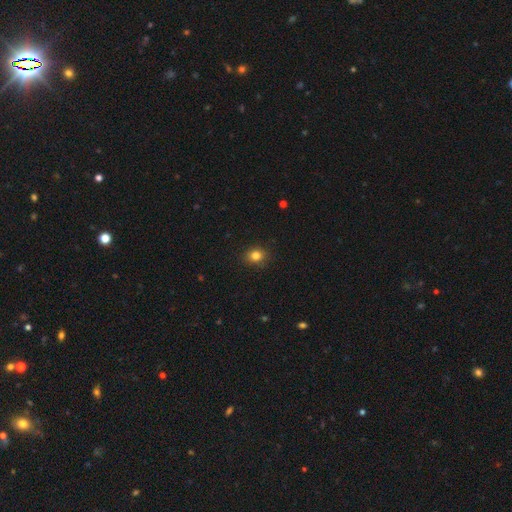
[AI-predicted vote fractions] Q: Smooth or featured?
A: smooth (82%); runner-up: star or artifact (13%)
Q: How rounded?
A: round (66%); runner-up: in between (33%)
Q: Merging?
A: none (88%); runner-up: minor disturbance (9%)